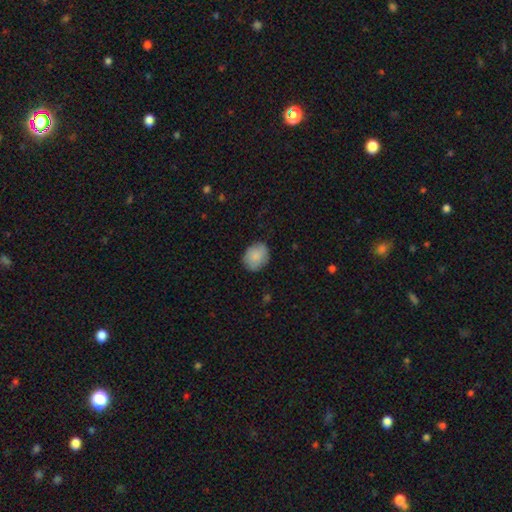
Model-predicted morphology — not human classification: The model was most divided on "how rounded": round: 52%, in between: 47%, cigar-shaped: 1%. More confident: smooth or featured — smooth (86%); merging — none (82%).